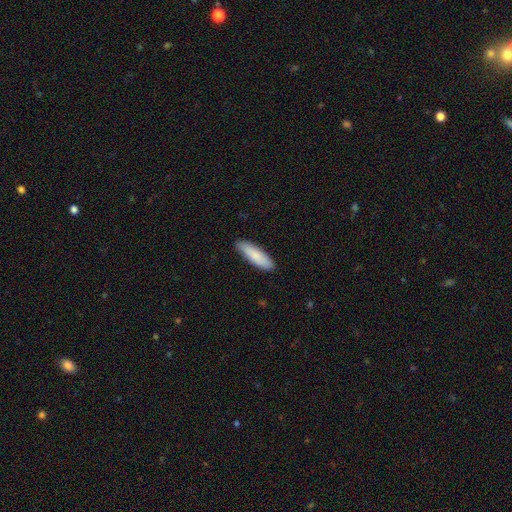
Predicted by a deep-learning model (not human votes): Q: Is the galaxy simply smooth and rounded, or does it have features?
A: smooth — 86%.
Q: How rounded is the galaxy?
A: cigar-shaped — 61%.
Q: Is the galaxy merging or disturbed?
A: none — 88%.